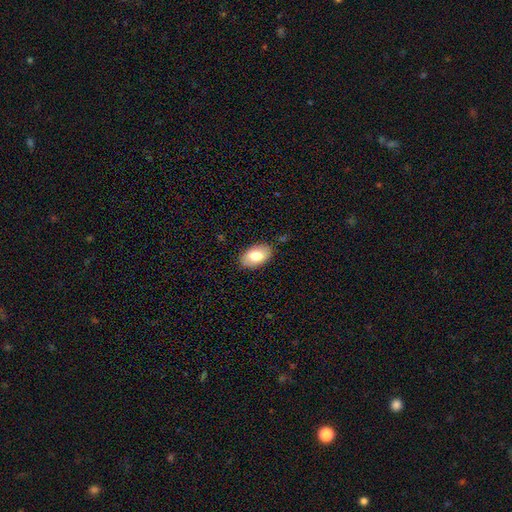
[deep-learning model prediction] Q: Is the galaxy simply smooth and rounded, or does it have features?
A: smooth — 77%.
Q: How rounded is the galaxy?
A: in between — 92%.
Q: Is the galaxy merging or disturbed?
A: none — 86%.